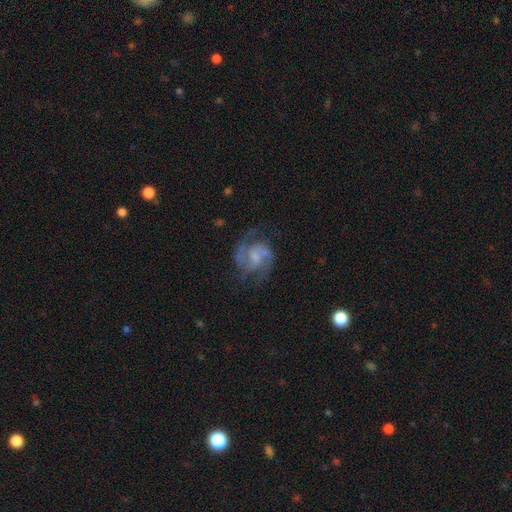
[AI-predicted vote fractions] Smooth or featured? Predicted: featured or disk (p=0.87). Edge-on disk? Predicted: no (p=0.98). Bar? Predicted: weak (p=0.51). Spiral arms? Predicted: yes (p=0.97). Spiral winding? Predicted: medium (p=0.58). Spiral arm count? Predicted: 2 (p=0.86). Bulge size? Predicted: small (p=0.38). Merging? Predicted: none (p=0.72).